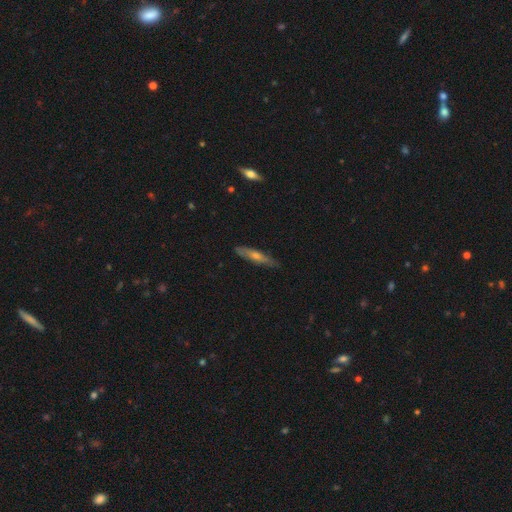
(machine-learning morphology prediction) Smooth or featured? Predicted: featured or disk (p=0.53). Edge-on disk? Predicted: yes (p=0.82). Merging? Predicted: none (p=0.82).